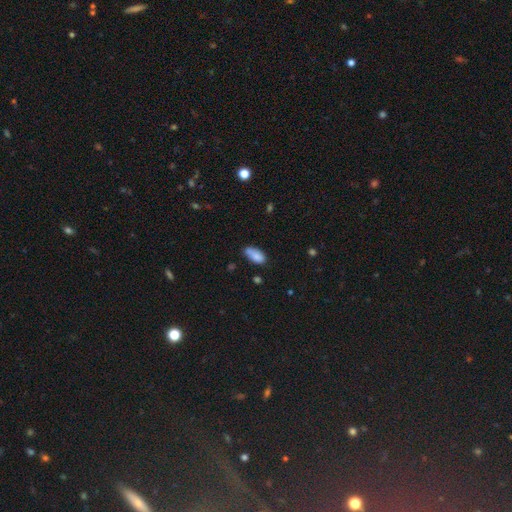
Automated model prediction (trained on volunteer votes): Smooth or featured? Predicted: smooth (p=0.83). How rounded? Predicted: in between (p=0.90). Merging? Predicted: none (p=0.57).